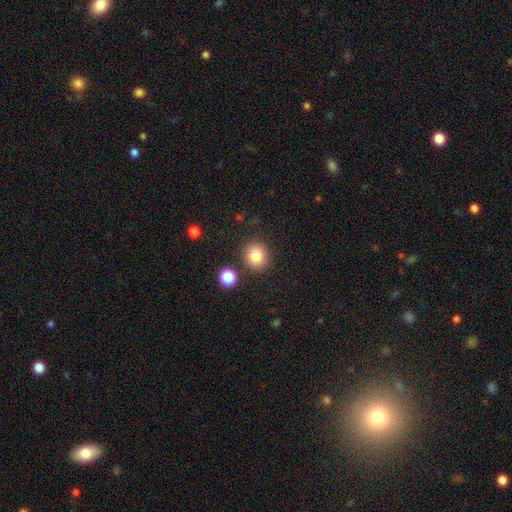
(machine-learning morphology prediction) type=smooth (83%); roundness=round (88%); merging=none (84%).